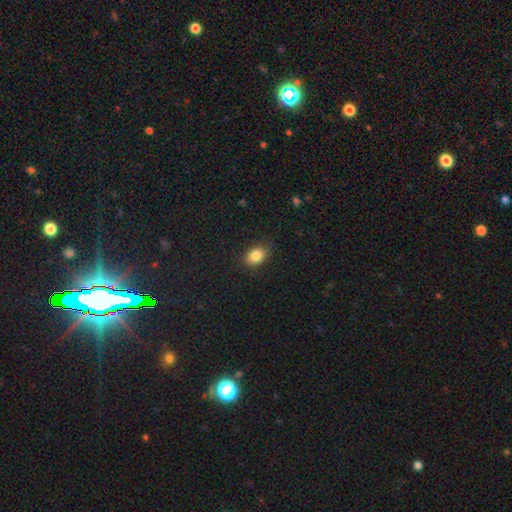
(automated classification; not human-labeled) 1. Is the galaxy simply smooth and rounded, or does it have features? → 85% smooth, 9% star or artifact, 6% featured or disk.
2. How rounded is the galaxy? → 80% in between, 19% round, 1% cigar-shaped.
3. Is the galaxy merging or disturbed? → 83% none, 13% minor disturbance, 3% major disturbance, 1% merger.